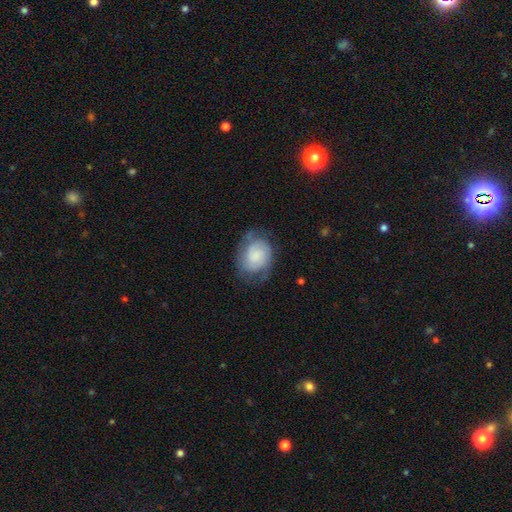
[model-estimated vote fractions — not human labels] smooth_or_featured: featured or disk (p=0.53) [alt: smooth p=0.39]
disk_edge_on: no (p=0.98) [alt: yes p=0.02]
bar: no (p=0.72) [alt: weak p=0.24]
has_spiral_arms: yes (p=0.86) [alt: no p=0.14]
bulge_size: small (p=0.34) [alt: none p=0.28]
merging: none (p=0.60) [alt: minor disturbance p=0.26]